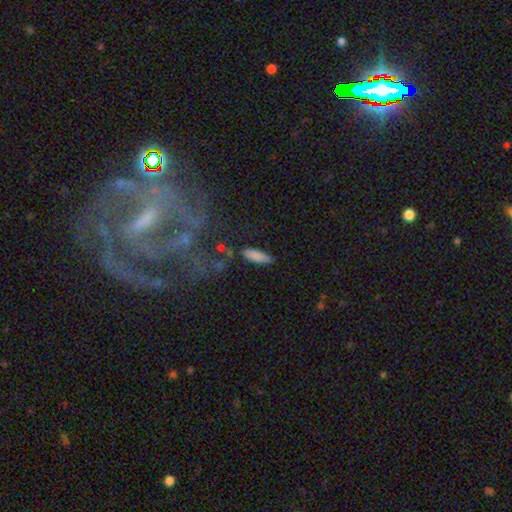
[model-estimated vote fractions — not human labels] Smooth or featured: smooth — 84% (featured or disk — 8%)
How rounded: in between — 53% (cigar-shaped — 46%)
Merging: none — 75% (minor disturbance — 17%)